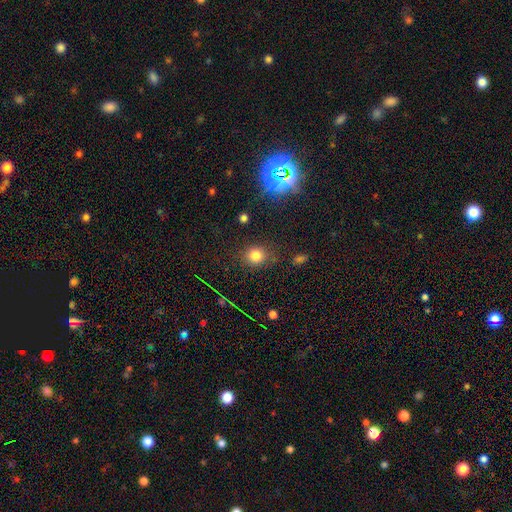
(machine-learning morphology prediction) A smooth galaxy with no disk features (77%) that is round (78%).

Vote fractions:
- Smooth or featured? smooth: 77% / star or artifact: 17% / featured or disk: 7%
- How rounded? round: 78% / in between: 21% / cigar-shaped: 1%
- Merging? none: 81% / minor disturbance: 12% / major disturbance: 4% / merger: 3%